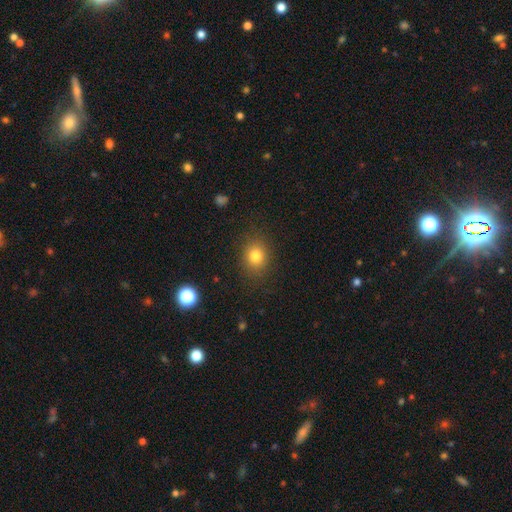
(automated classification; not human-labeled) A smooth galaxy with no disk features (81%) that is round (64%).

Vote fractions:
- Smooth or featured? smooth: 81% / star or artifact: 12% / featured or disk: 7%
- How rounded? round: 64% / in between: 35% / cigar-shaped: 1%
- Merging? none: 86% / minor disturbance: 9% / major disturbance: 3% / merger: 1%